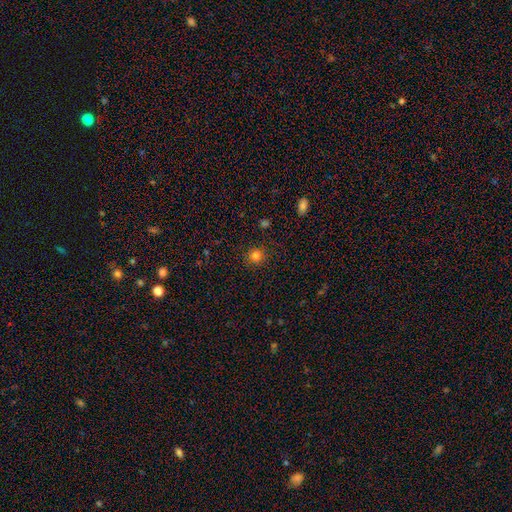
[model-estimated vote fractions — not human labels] smooth 80%, star or artifact 15%, featured or disk 5%. Down the decision tree: how rounded — round (90%); merging — none (88%).